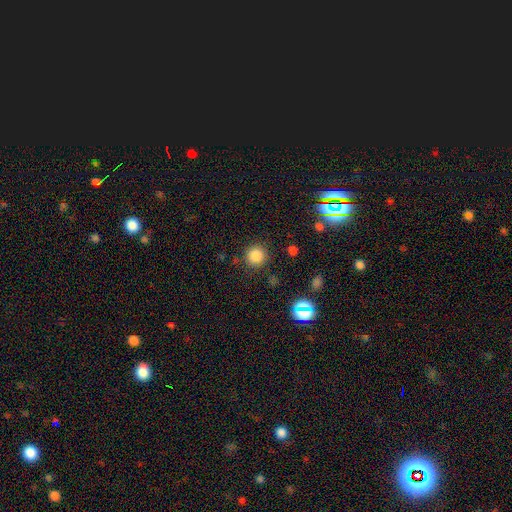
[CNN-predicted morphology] type=smooth (82%); roundness=round (93%); merging=none (87%).